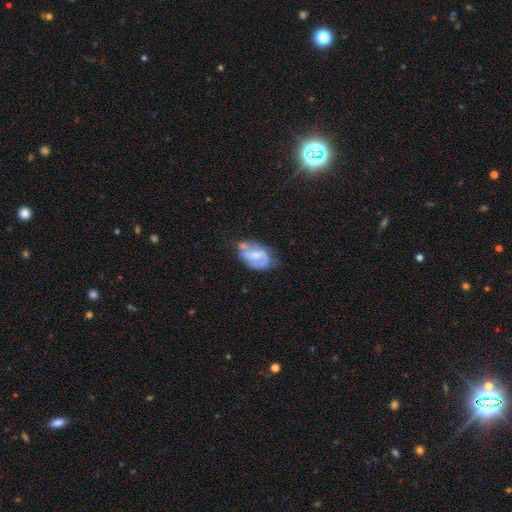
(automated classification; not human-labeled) Q: Smooth or featured?
A: featured or disk (67%); runner-up: smooth (26%)
Q: Edge-on disk?
A: no (96%); runner-up: yes (4%)
Q: Bar?
A: weak (48%); runner-up: no (29%)
Q: Spiral arms?
A: yes (69%); runner-up: no (31%)
Q: Bulge size?
A: moderate (50%); runner-up: small (35%)
Q: Merging?
A: none (45%); runner-up: minor disturbance (30%)